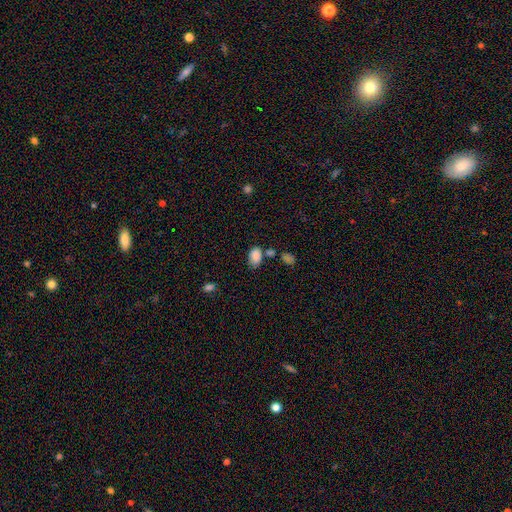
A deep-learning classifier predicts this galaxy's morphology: The model was most divided on "merging": none: 58%, minor disturbance: 19%, merger: 16%, major disturbance: 6%. More confident: how rounded — in between (86%); smooth or featured — smooth (86%).